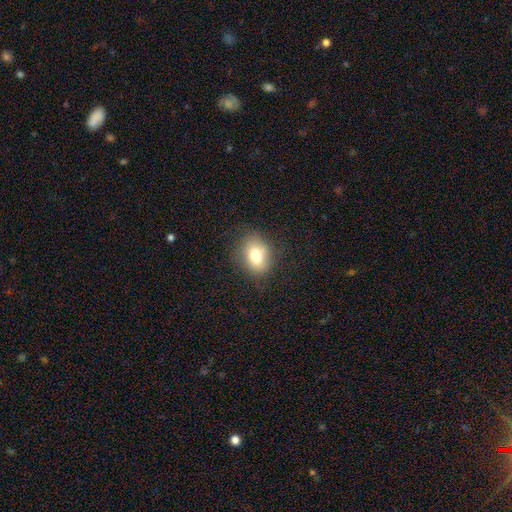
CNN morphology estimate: Smooth or featured?
  - smooth: 75% *
  - featured or disk: 14%
  - star or artifact: 11%
How rounded?
  - in between: 59% *
  - round: 40%
  - cigar-shaped: 1%
Merging?
  - none: 80% *
  - minor disturbance: 14%
  - major disturbance: 5%
  - merger: 1%